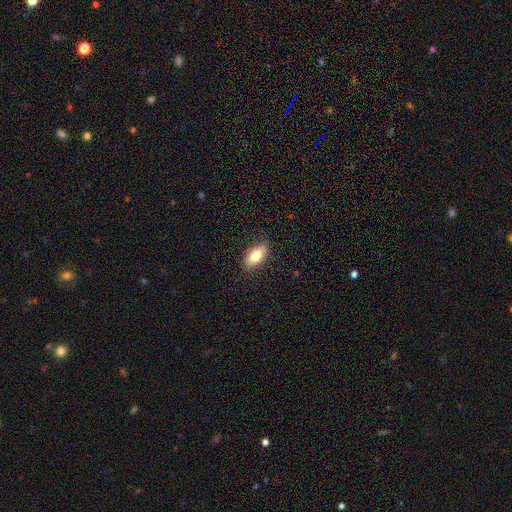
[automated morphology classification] A smooth galaxy with no disk features (76%) that is in between round and cigar-shaped (86%). Merging: none (86%).